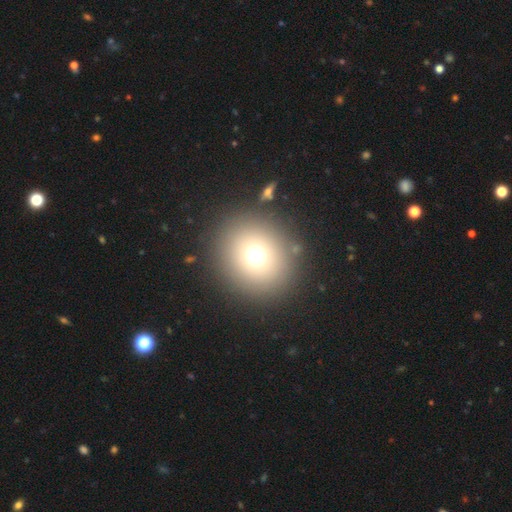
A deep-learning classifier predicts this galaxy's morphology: Q: Smooth or featured?
A: smooth (69%); runner-up: star or artifact (19%)
Q: How rounded?
A: round (87%); runner-up: in between (12%)
Q: Merging?
A: none (87%); runner-up: minor disturbance (6%)